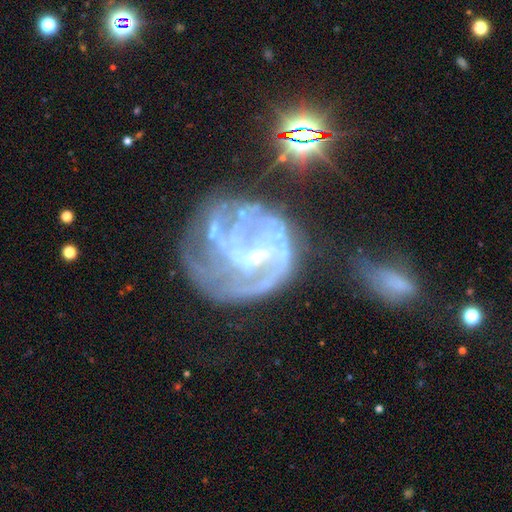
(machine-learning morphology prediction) Smooth or featured: featured or disk — 76% (star or artifact — 13%)
Edge-on disk: no — 98% (yes — 2%)
Bar: no — 42% (weak — 40%)
Spiral arms: yes — 68% (no — 32%)
Spiral winding: tight — 39% (medium — 36%)
Spiral arm count: can't tell — 44% (2 — 20%)
Bulge size: small — 42% (none — 33%)
Merging: major disturbance — 36% (none — 34%)